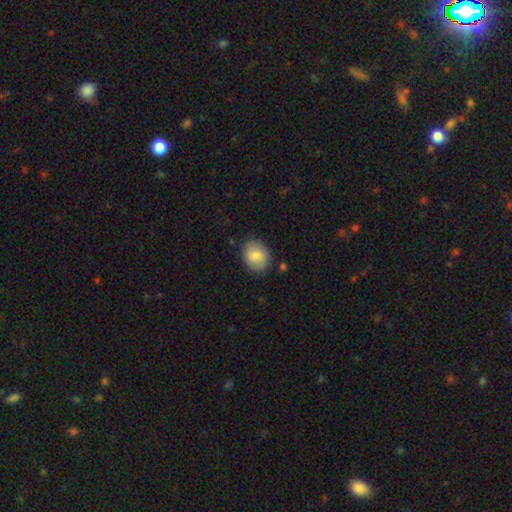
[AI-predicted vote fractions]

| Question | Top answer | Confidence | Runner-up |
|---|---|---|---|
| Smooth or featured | smooth | 79% | featured or disk (14%) |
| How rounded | in between | 52% | round (47%) |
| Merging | none | 83% | minor disturbance (13%) |